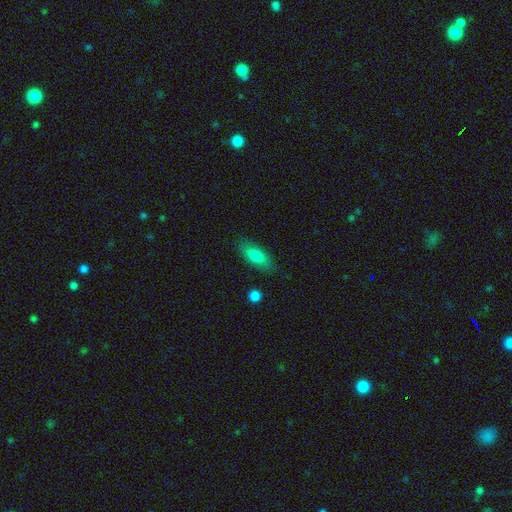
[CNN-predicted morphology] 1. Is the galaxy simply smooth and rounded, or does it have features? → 79% smooth, 14% featured or disk, 7% star or artifact.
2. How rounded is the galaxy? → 71% in between, 26% cigar-shaped, 3% round.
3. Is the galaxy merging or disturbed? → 82% none, 13% minor disturbance, 3% major disturbance, 2% merger.